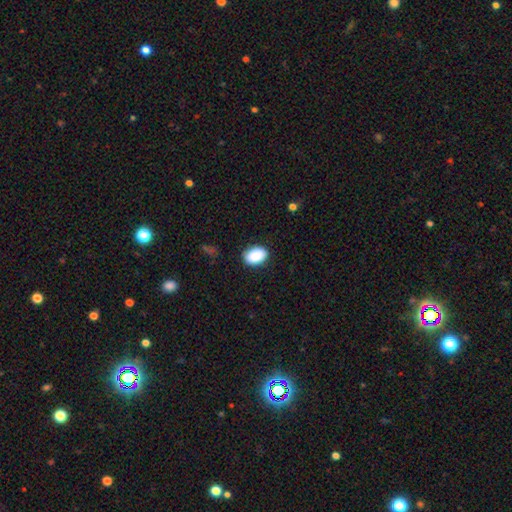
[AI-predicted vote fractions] Smooth or featured? smooth (89%)
How rounded? in between (85%)
Merging? none (85%)